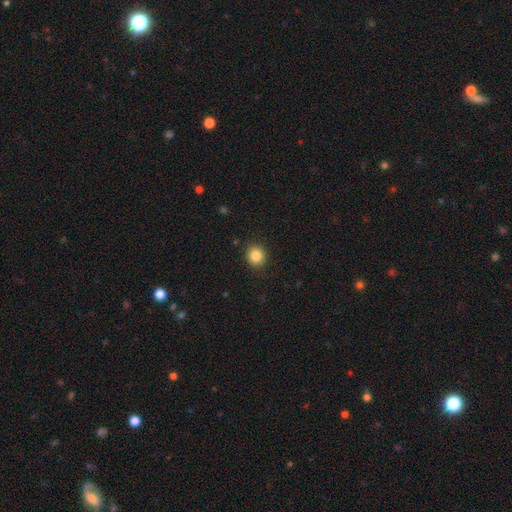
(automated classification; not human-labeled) Smooth or featured? Predicted: smooth (p=0.85). How rounded? Predicted: round (p=0.86). Merging? Predicted: none (p=0.90).